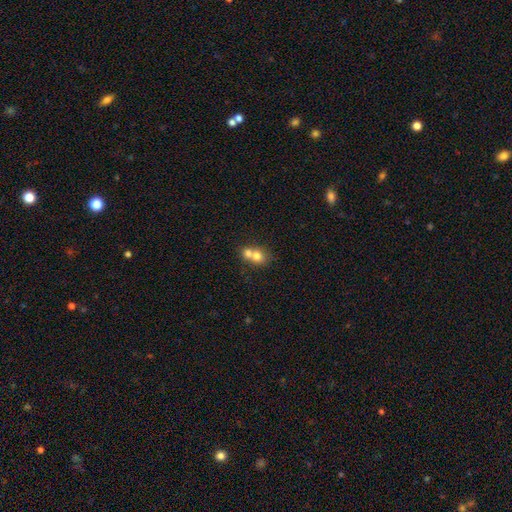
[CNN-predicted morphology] The model was most divided on "merging": merger: 67%, none: 26%, minor disturbance: 5%, major disturbance: 2%. More confident: smooth or featured — smooth (73%); how rounded — round (70%).